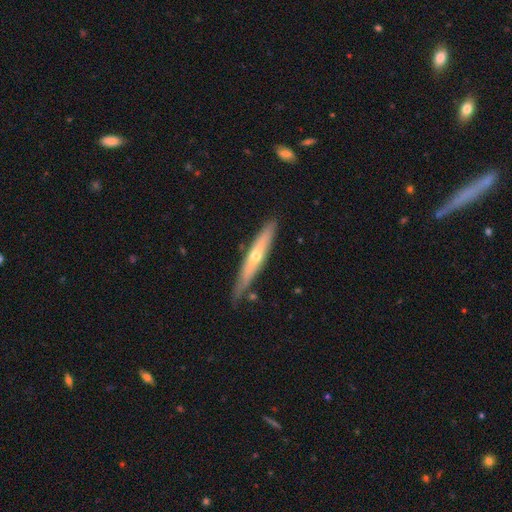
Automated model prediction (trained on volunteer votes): A featured or disk galaxy (61%) viewed edge-on (89%) with a rounded central bulge (79%).

Vote fractions:
- Smooth or featured? featured or disk: 61% / smooth: 33% / star or artifact: 6%
- Edge-on disk? yes: 89% / no: 11%
- Edge-on bulge? rounded: 79% / none: 19% / boxy: 2%
- Merging? none: 80% / minor disturbance: 15% / merger: 2% / major disturbance: 2%